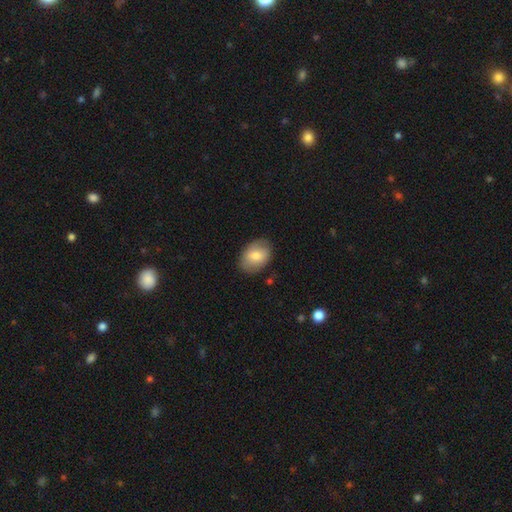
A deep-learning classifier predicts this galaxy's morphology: A smooth galaxy with no disk features (77%) that is in between round and cigar-shaped (80%). Merging: none (83%).